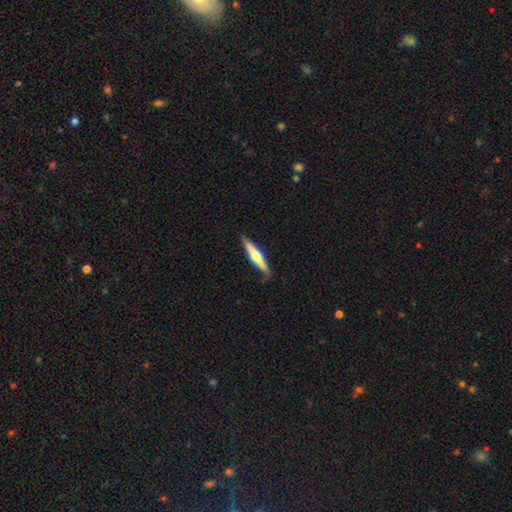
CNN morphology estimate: Q: Smooth or featured?
A: featured or disk (65%); runner-up: smooth (30%)
Q: Edge-on disk?
A: yes (97%); runner-up: no (3%)
Q: Edge-on bulge?
A: rounded (90%); runner-up: boxy (5%)
Q: Merging?
A: none (87%); runner-up: minor disturbance (10%)